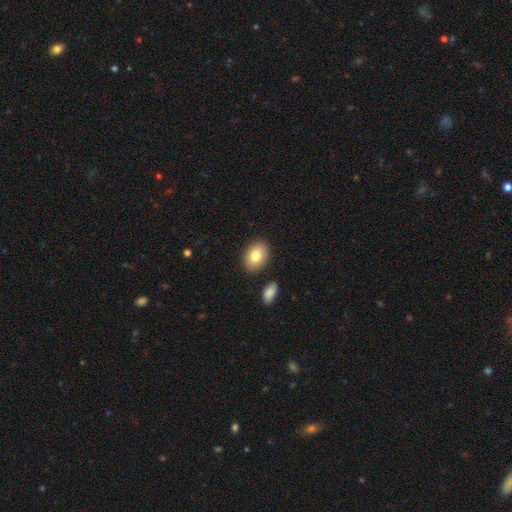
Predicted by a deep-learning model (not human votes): Smooth or featured: smooth — 81% (featured or disk — 12%)
How rounded: in between — 78% (round — 20%)
Merging: none — 86% (minor disturbance — 8%)